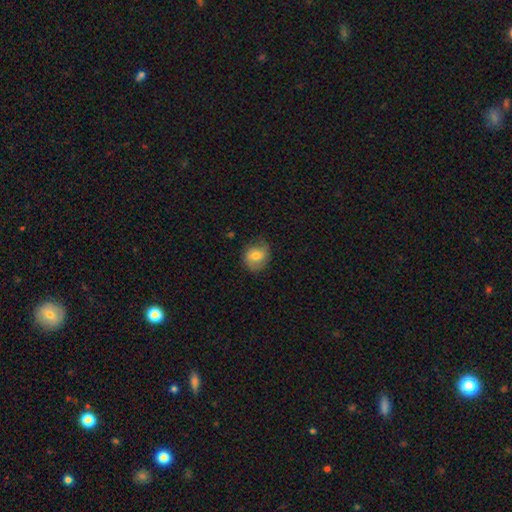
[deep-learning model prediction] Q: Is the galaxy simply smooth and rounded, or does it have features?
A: smooth — 72%.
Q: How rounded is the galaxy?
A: round — 70%.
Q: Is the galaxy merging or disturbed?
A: none — 70%.